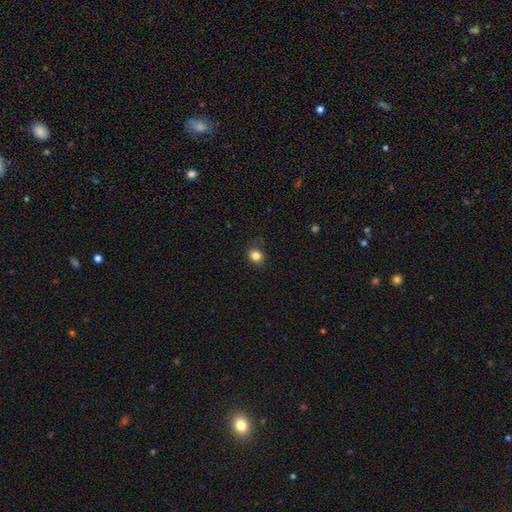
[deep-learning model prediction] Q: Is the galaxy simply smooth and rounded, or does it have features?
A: smooth — 84%.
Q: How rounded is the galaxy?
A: round — 74%.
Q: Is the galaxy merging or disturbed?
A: none — 84%.